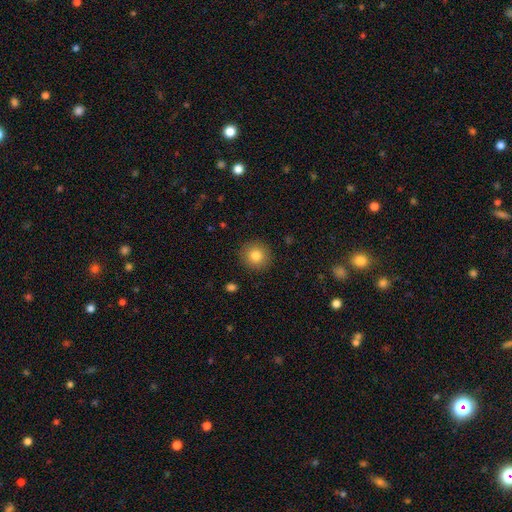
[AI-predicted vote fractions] This appears to be a smooth galaxy with no disk features (82%) that is round (93%). Merging: none (91%).